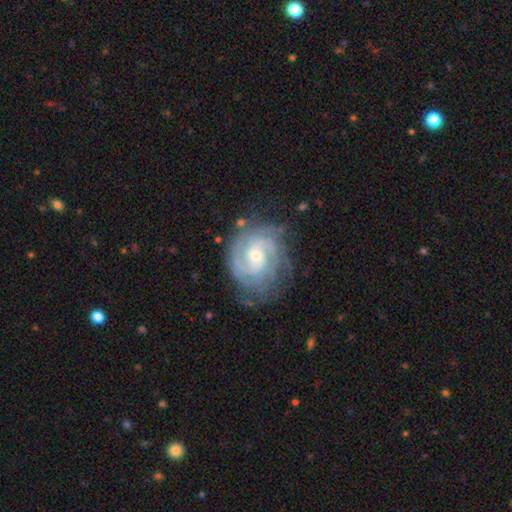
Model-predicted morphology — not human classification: A featured or disk galaxy (90%) with no bar (55%), 2 (27%) tight (75%) spiral arms (98%) and a small central bulge (54%). Merging: none (74%).